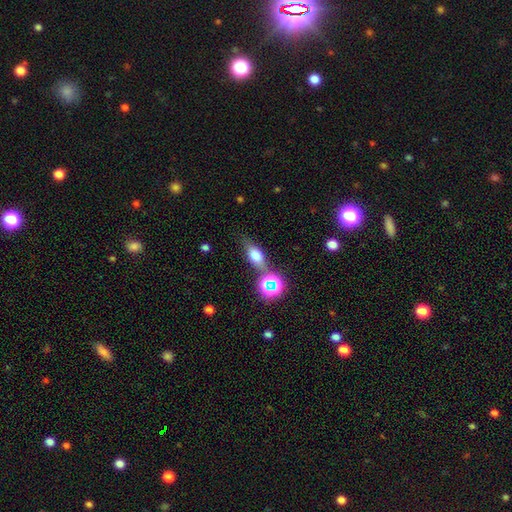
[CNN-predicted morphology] Smooth or featured?
  - smooth: 60% *
  - featured or disk: 23%
  - star or artifact: 17%
How rounded?
  - in between: 64% *
  - cigar-shaped: 20%
  - round: 16%
Merging?
  - none: 68% *
  - minor disturbance: 15%
  - merger: 11%
  - major disturbance: 5%